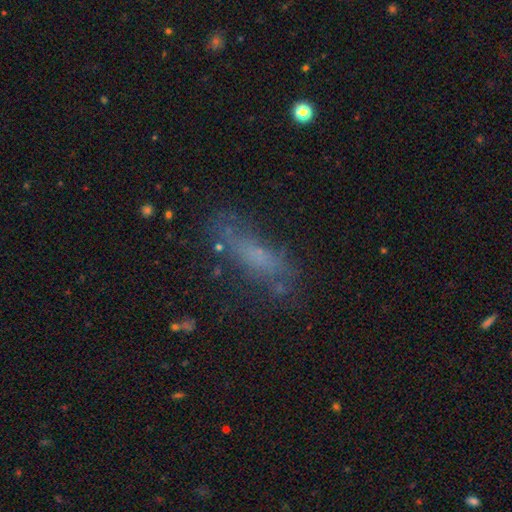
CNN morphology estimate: This is possibly a smooth galaxy (54%). How rounded: possibly cigar-shaped (53%). Merging: possibly none (60%).